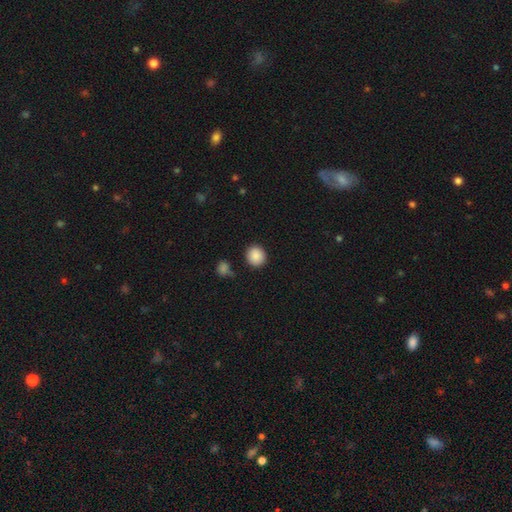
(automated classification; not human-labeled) Smooth or featured?
  - smooth: 88% *
  - star or artifact: 8%
  - featured or disk: 3%
How rounded?
  - round: 86% *
  - in between: 13%
  - cigar-shaped: 1%
Merging?
  - none: 87% *
  - minor disturbance: 8%
  - merger: 3%
  - major disturbance: 3%